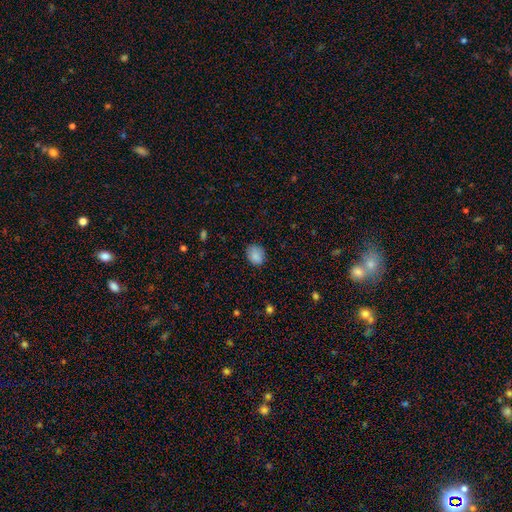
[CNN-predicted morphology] Q: Smooth or featured?
A: smooth (86%); runner-up: star or artifact (9%)
Q: How rounded?
A: round (54%); runner-up: in between (45%)
Q: Merging?
A: none (77%); runner-up: minor disturbance (18%)